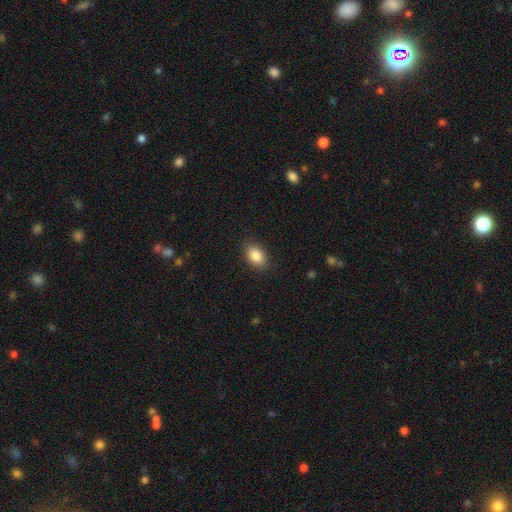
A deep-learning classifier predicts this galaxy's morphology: Smooth or featured? Predicted: smooth (p=0.87). How rounded? Predicted: in between (p=0.87). Merging? Predicted: none (p=0.87).